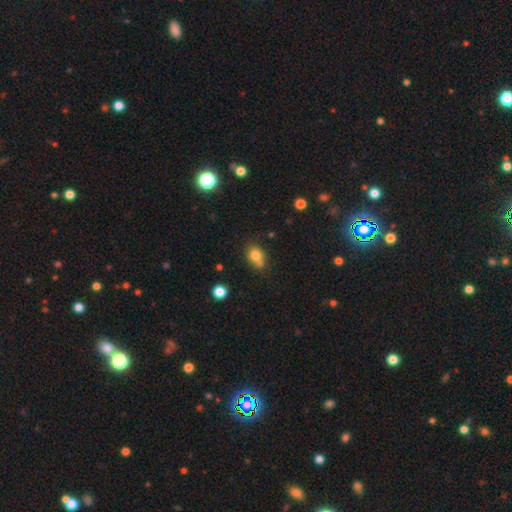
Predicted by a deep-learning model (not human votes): This appears to be a smooth galaxy with no disk features (78%) that is round (52%). Merging: none (50%).